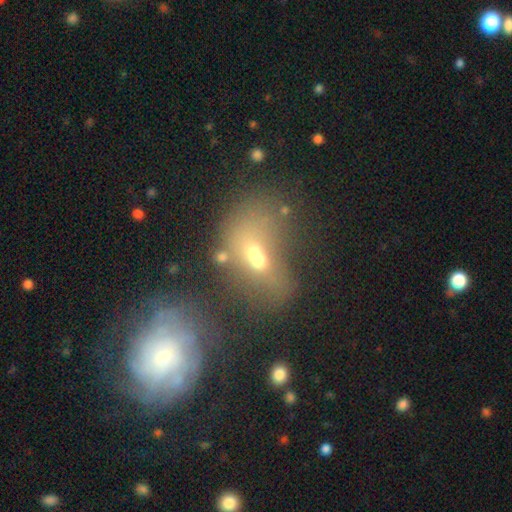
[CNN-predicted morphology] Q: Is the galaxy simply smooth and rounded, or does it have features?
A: smooth — 46%.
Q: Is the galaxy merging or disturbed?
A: merger — 54%.